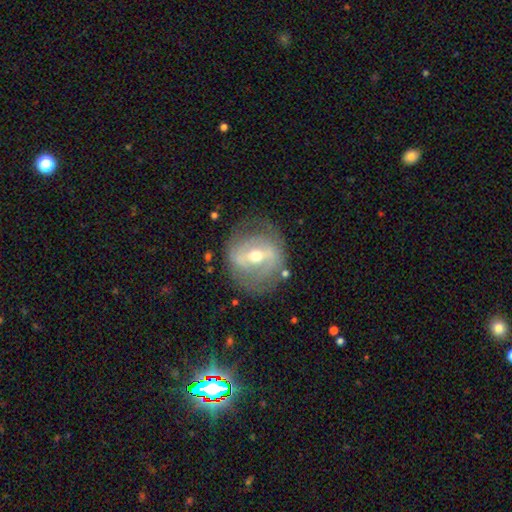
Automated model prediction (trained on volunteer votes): The model was most divided on "bar": strong: 51%, weak: 34%, no: 15%. More confident: edge-on disk — no (93%); smooth or featured — featured or disk (75%); merging — none (71%); bulge size — moderate (65%); spiral arms — yes (59%).